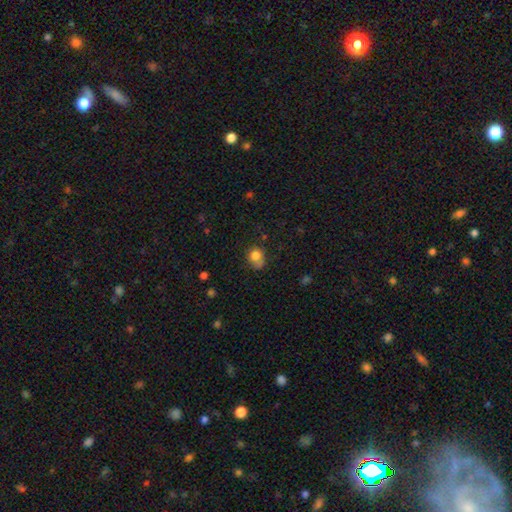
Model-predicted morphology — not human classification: Smooth or featured: smooth — 80% (star or artifact — 11%)
How rounded: round — 63% (in between — 36%)
Merging: none — 51% (minor disturbance — 30%)